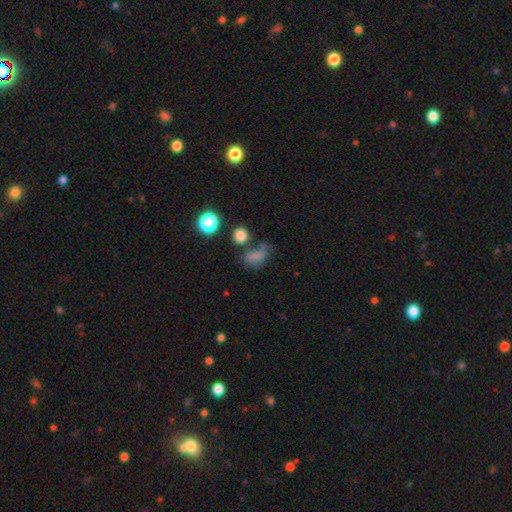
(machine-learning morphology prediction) smooth 69%, star or artifact 17%, featured or disk 13%. Down the decision tree: how rounded — in between (71%); merging — none (40%).